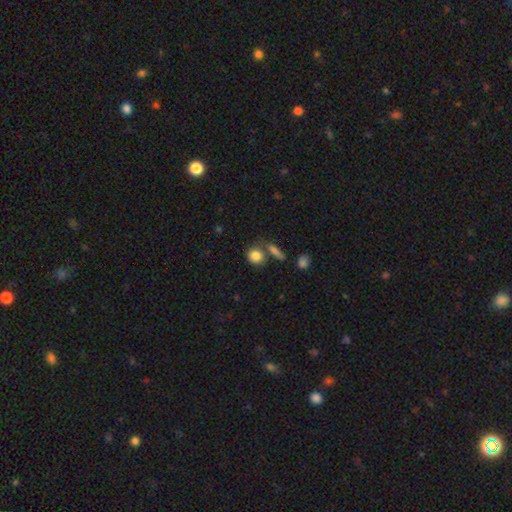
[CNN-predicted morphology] smooth-or-featured: smooth: 84% | star or artifact: 9% | featured or disk: 7%
  how-rounded: round: 75% | in between: 22% | cigar-shaped: 2%
  merging: none: 60% | merger: 23% | minor disturbance: 12% | major disturbance: 5%